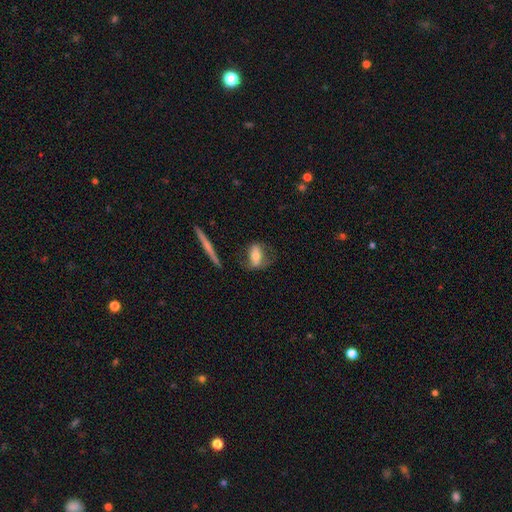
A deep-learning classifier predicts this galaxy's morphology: The model was most divided on "smooth or featured": smooth: 54%, featured or disk: 38%, star or artifact: 7%. Remaining: how rounded — in between (77%); merging — none (48%).